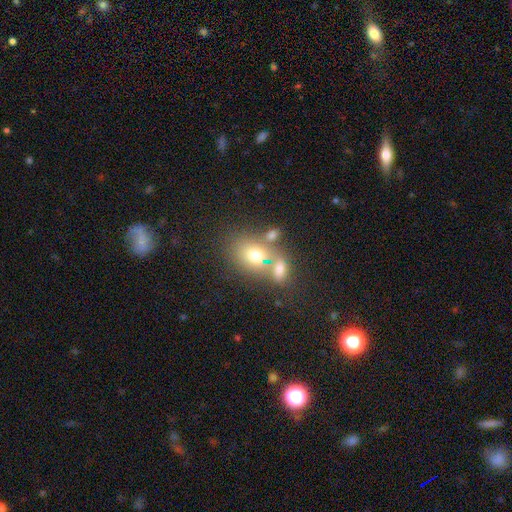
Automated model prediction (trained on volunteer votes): Smooth or featured: smooth — 69% (featured or disk — 19%)
How rounded: in between — 66% (round — 32%)
Merging: merger — 48% (none — 36%)